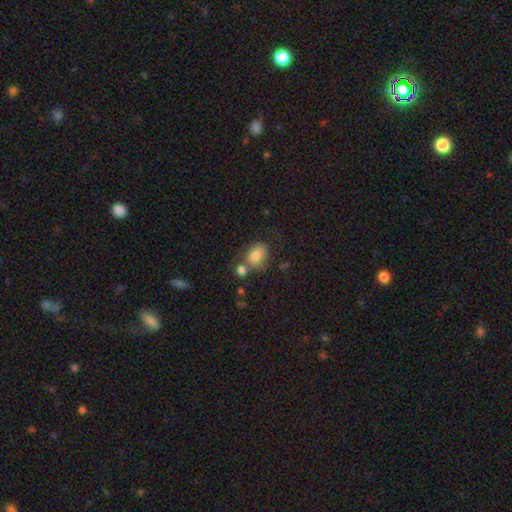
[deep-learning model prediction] Smooth or featured? smooth (79%)
How rounded? in between (73%)
Merging? none (49%)